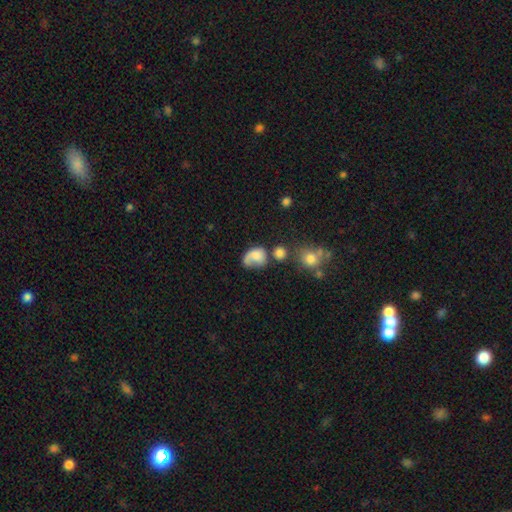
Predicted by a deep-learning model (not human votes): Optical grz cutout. It shows a smooth galaxy with no disk features (60%) that is in between round and cigar-shaped (56%). Merging: none (31%).